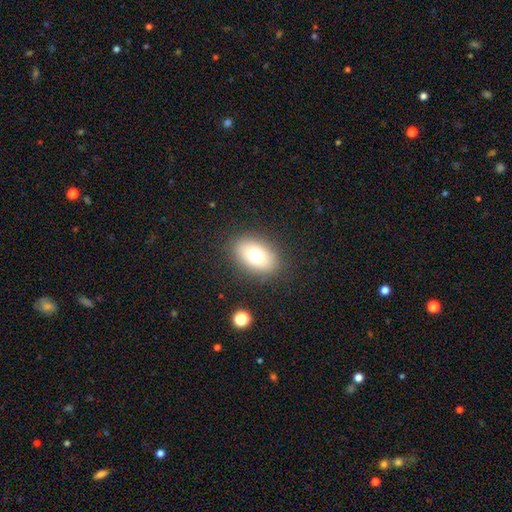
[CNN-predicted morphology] Overall: smooth (73%). How rounded: in between (84%). Merging: none (86%).